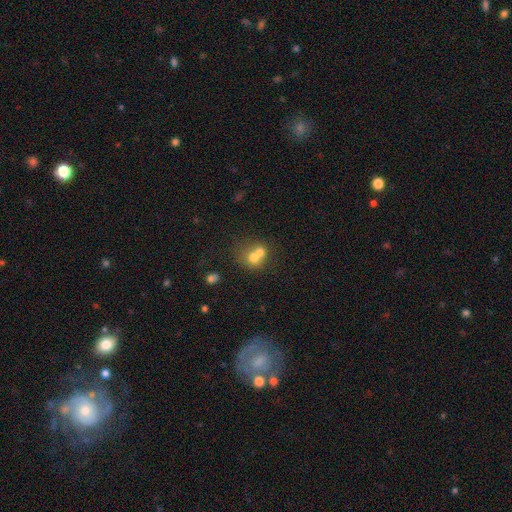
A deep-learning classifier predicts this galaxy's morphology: smooth_or_featured: smooth (p=0.64) [alt: featured or disk p=0.23]
how_rounded: round (p=0.72) [alt: in between p=0.27]
merging: merger (p=0.64) [alt: none p=0.26]